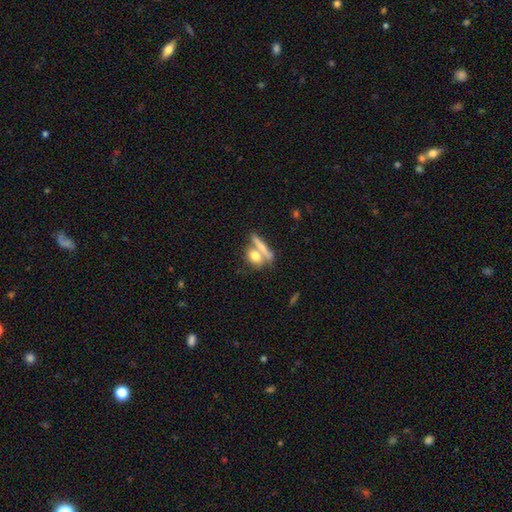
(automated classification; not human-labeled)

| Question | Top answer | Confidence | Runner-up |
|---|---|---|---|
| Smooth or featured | smooth | 71% | featured or disk (21%) |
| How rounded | in between | 45% | round (30%) |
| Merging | merger | 44% | none (42%) |